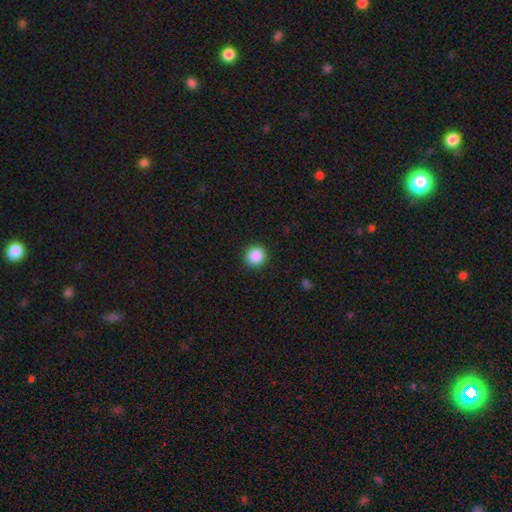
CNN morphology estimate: Smooth or featured? smooth (88%)
How rounded? round (92%)
Merging? none (92%)